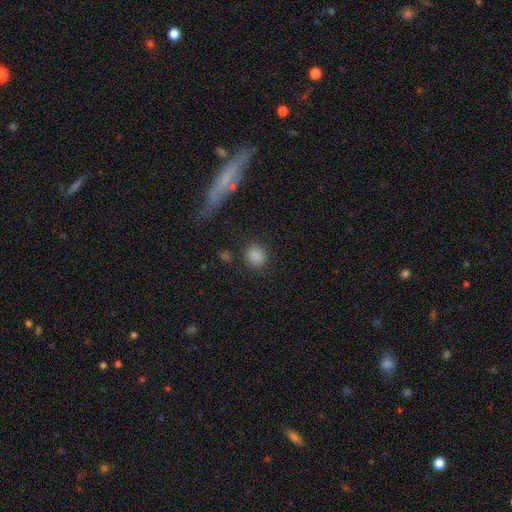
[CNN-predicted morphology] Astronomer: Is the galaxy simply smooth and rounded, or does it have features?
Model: smooth — 85%.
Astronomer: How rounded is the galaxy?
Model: round — 77%.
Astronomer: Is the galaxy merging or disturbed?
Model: none — 81%.